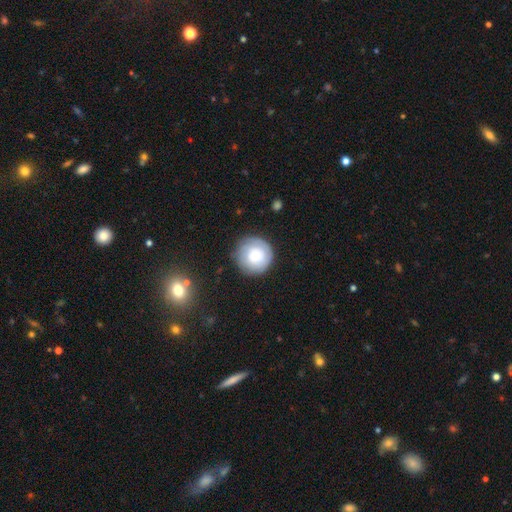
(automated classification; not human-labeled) Q: Smooth or featured?
A: smooth (58%); runner-up: featured or disk (34%)
Q: How rounded?
A: round (94%); runner-up: in between (5%)
Q: Merging?
A: none (79%); runner-up: minor disturbance (14%)